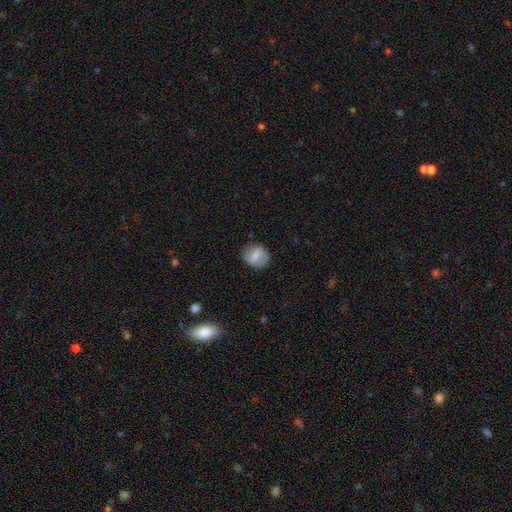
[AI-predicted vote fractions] A smooth galaxy with no disk features (67%) that is round (61%). Merging: none (82%).